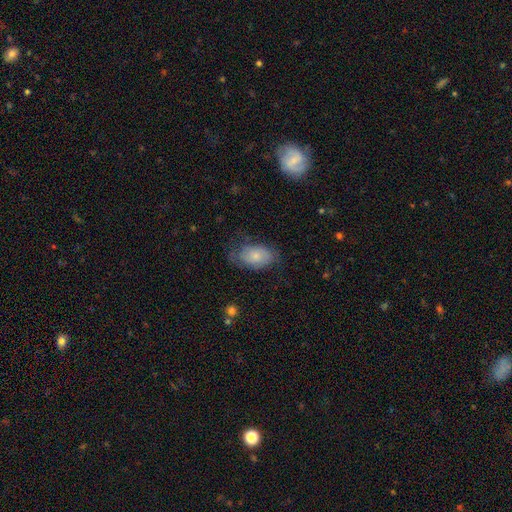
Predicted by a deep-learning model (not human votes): A smooth galaxy with no disk features (65%) that is in between round and cigar-shaped (90%).

Vote fractions:
- Smooth or featured? smooth: 65% / featured or disk: 28% / star or artifact: 7%
- How rounded? in between: 90% / round: 9% / cigar-shaped: 2%
- Merging? none: 56% / minor disturbance: 28% / major disturbance: 14% / merger: 2%